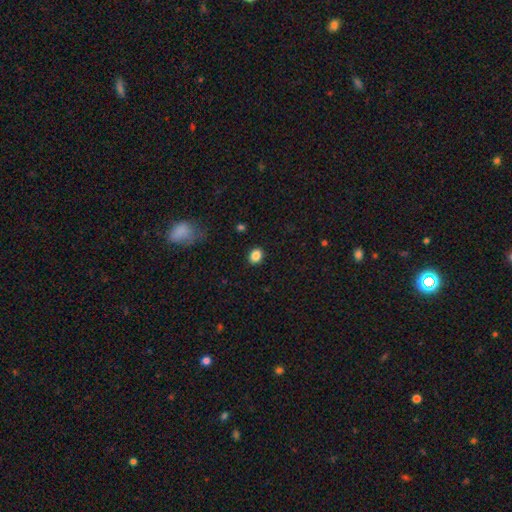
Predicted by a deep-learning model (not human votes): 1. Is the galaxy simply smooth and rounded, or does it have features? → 86% smooth, 10% star or artifact, 4% featured or disk.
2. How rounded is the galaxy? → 53% round, 46% in between, 1% cigar-shaped.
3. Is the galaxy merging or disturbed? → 89% none, 7% minor disturbance, 2% major disturbance, 1% merger.